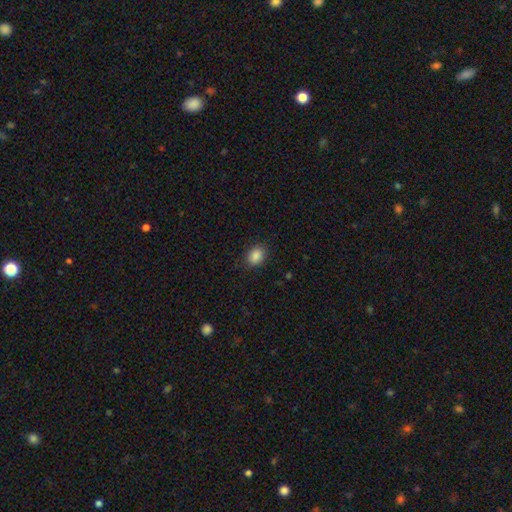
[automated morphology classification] Smooth or featured: smooth — 87% (star or artifact — 9%)
How rounded: in between — 61% (round — 38%)
Merging: none — 85% (minor disturbance — 11%)